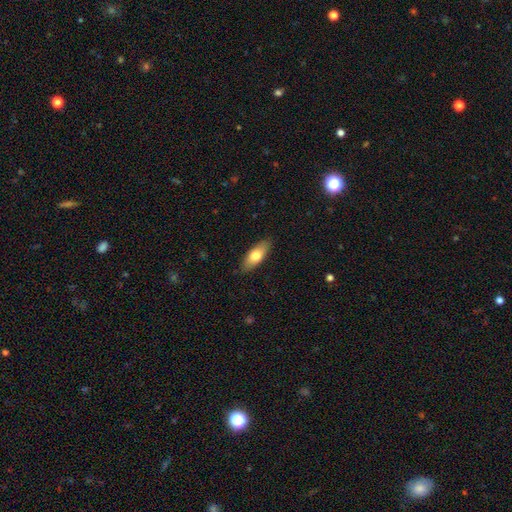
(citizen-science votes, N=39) A smooth galaxy with no disk features (72%) that is in between round and cigar-shaped (75%).

Vote fractions:
- Smooth or featured? smooth: 72% / featured or disk: 21% / star or artifact: 8%
- How rounded? in between: 75% / cigar-shaped: 14% / round: 11%
- Merging? none: 89% / minor disturbance: 6% / merger: 6% / major disturbance: 0%